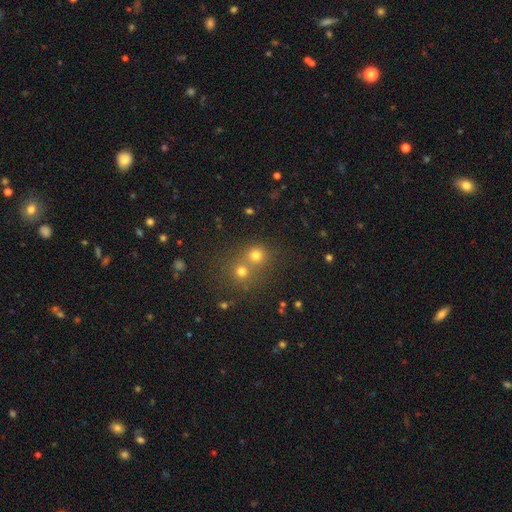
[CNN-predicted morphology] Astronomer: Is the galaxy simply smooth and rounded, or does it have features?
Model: smooth — 67%.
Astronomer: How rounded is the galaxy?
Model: round — 86%.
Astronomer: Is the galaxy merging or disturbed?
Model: none — 49% (runner-up: merger, 43%).